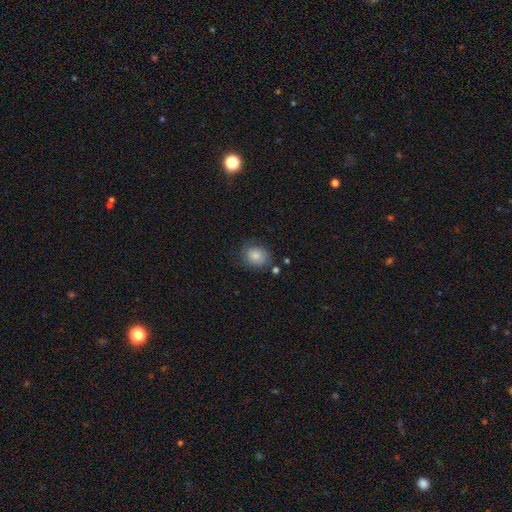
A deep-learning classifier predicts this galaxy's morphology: A smooth galaxy with no disk features (82%) that is round (60%).

Vote fractions:
- Smooth or featured? smooth: 82% / featured or disk: 10% / star or artifact: 9%
- How rounded? round: 60% / in between: 39% / cigar-shaped: 1%
- Merging? none: 71% / minor disturbance: 20% / major disturbance: 6% / merger: 4%